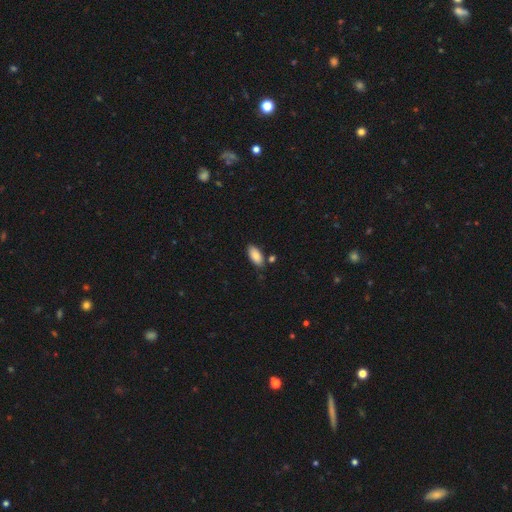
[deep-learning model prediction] A smooth galaxy with no disk features (86%) that is in between round and cigar-shaped (91%). Merging: none (77%).